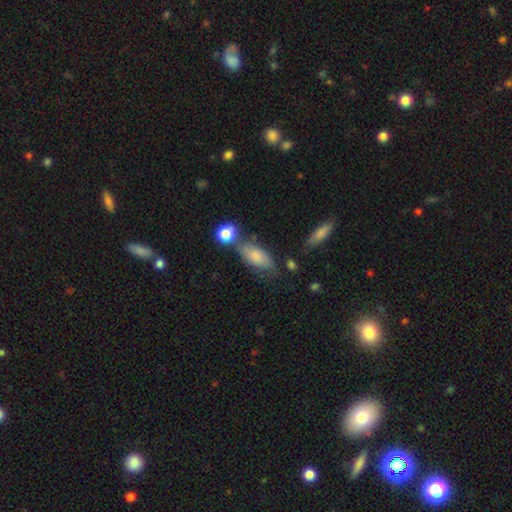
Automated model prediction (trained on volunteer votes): A smooth galaxy with no disk features (67%) that is in between round and cigar-shaped (80%).

Vote fractions:
- Smooth or featured? smooth: 67% / featured or disk: 23% / star or artifact: 9%
- How rounded? in between: 80% / cigar-shaped: 14% / round: 5%
- Merging? none: 52% / minor disturbance: 24% / merger: 16% / major disturbance: 9%